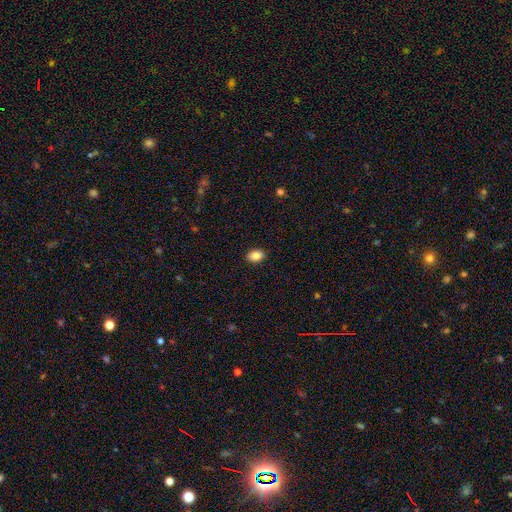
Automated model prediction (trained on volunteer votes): Smooth or featured?
  - smooth: 88% *
  - star or artifact: 8%
  - featured or disk: 4%
How rounded?
  - in between: 83% *
  - round: 16%
  - cigar-shaped: 1%
Merging?
  - none: 90% *
  - minor disturbance: 7%
  - major disturbance: 2%
  - merger: 1%